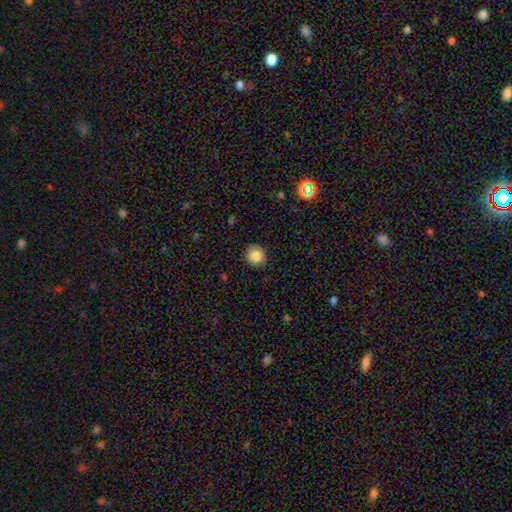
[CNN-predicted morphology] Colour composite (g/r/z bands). It shows a smooth galaxy with no disk features (85%) that is round (85%). Merging: none (89%).